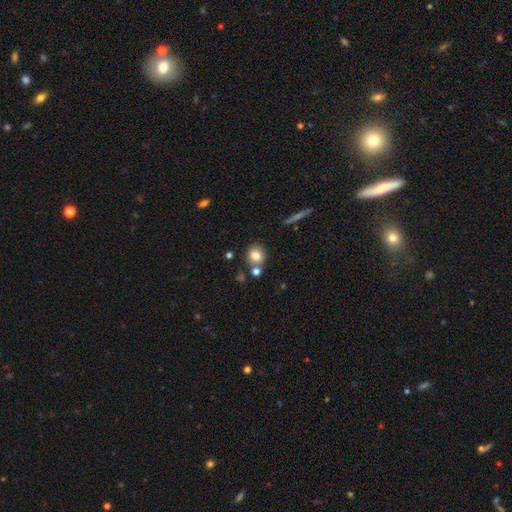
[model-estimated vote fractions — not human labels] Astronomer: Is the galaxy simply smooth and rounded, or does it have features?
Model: smooth — 80%.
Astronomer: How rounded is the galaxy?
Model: round — 84%.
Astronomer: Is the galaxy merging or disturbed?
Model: none — 70%.